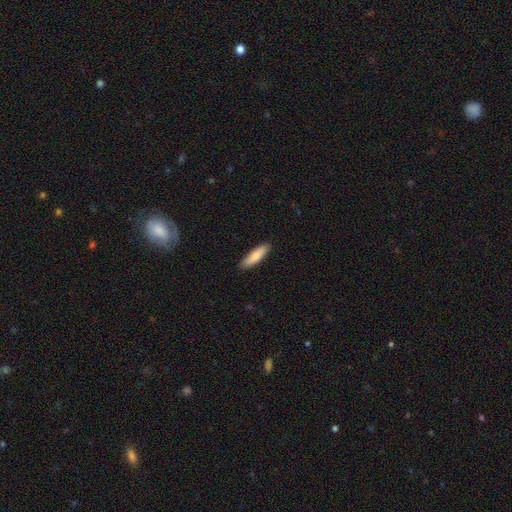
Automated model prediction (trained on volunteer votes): smooth_or_featured: smooth (p=0.81) [alt: featured or disk p=0.14]
how_rounded: cigar-shaped (p=0.66) [alt: in between p=0.32]
merging: none (p=0.88) [alt: minor disturbance p=0.09]